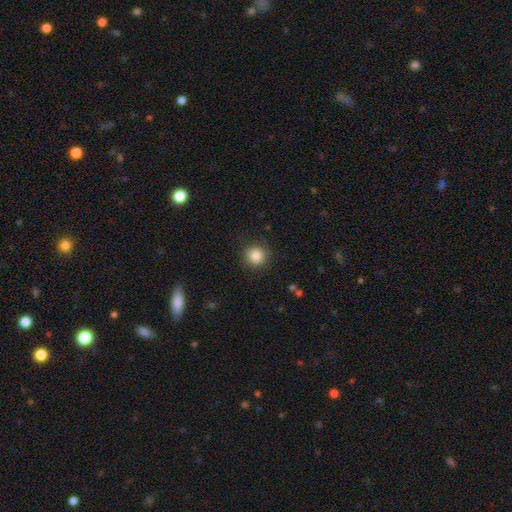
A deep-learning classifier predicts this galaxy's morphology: smooth_or_featured: smooth (p=0.84) [alt: star or artifact p=0.10]
how_rounded: round (p=0.93) [alt: in between p=0.06]
merging: none (p=0.88) [alt: minor disturbance p=0.08]